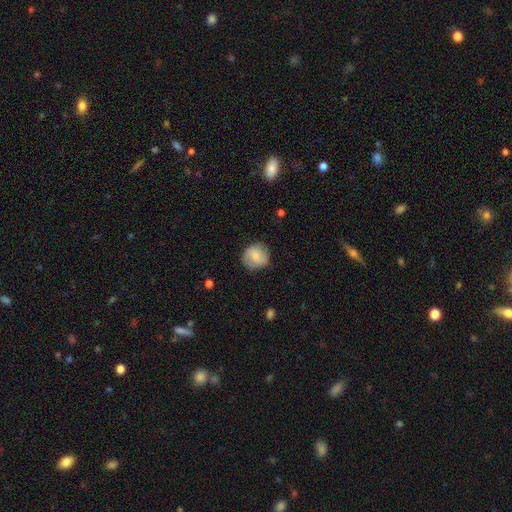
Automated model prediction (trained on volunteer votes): Morphology: type=smooth (70%); roundness=round (87%); merging=none (76%).